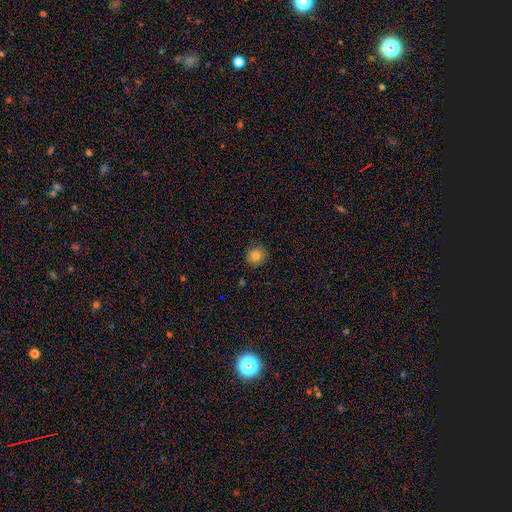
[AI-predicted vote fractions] Morphology: type=smooth (82%); roundness=round (90%); merging=none (88%).